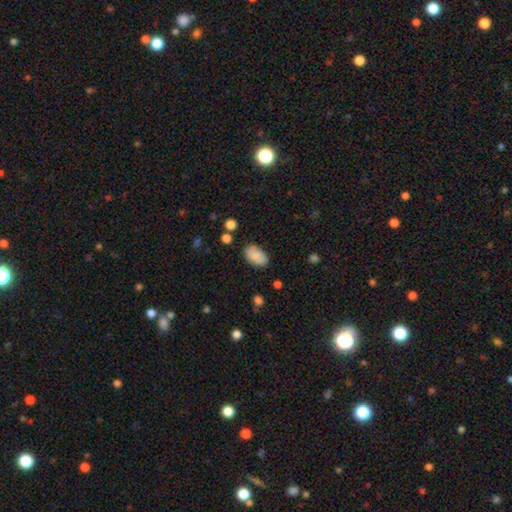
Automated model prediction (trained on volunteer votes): smooth 85%, featured or disk 8%, star or artifact 7%. Down the decision tree: how rounded — in between (94%); merging — none (80%).